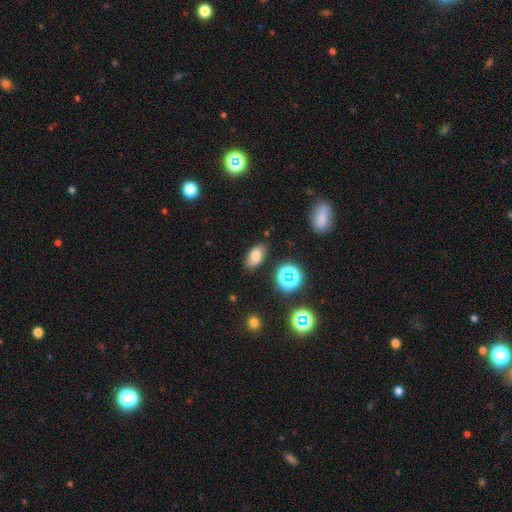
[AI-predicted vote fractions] This appears to be a smooth galaxy with no disk features (71%) that is in between round and cigar-shaped (90%). Merging: none (81%).